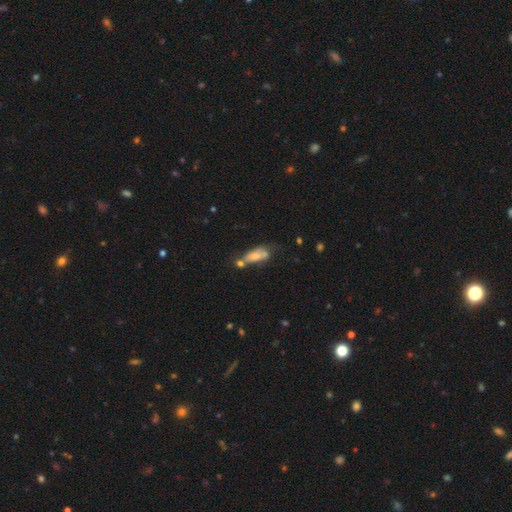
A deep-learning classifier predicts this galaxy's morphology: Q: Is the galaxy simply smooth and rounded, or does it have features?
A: smooth — 59%.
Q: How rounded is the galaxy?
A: in between — 71%.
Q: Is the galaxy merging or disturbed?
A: merger — 34%.